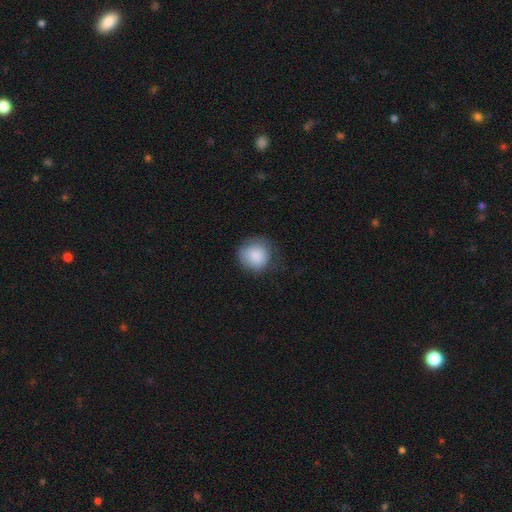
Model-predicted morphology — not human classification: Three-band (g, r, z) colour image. It shows a smooth galaxy with no disk features (85%) that is round (89%). Merging: none (65%).